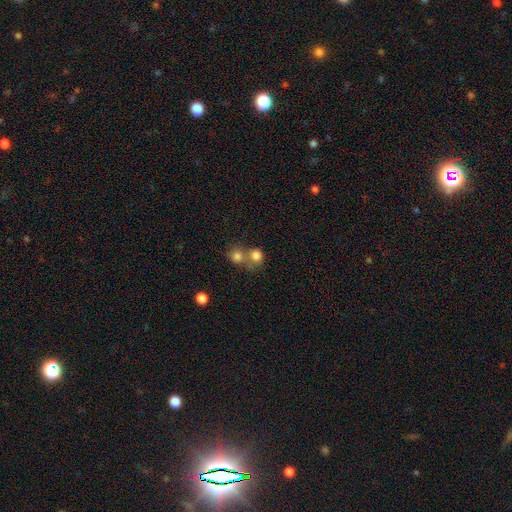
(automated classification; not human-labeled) Smooth or featured: smooth — 79% (star or artifact — 12%)
How rounded: round — 81% (in between — 18%)
Merging: merger — 48% (none — 42%)